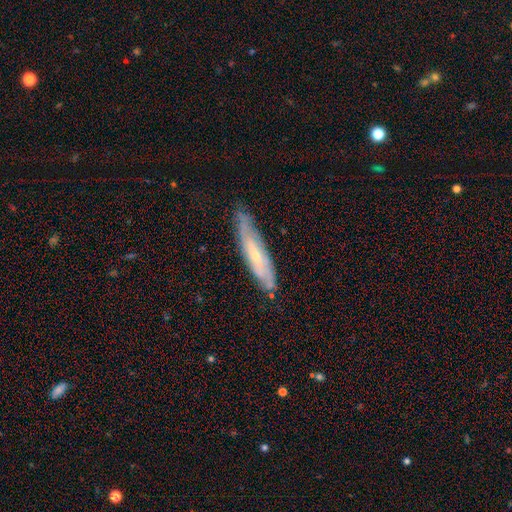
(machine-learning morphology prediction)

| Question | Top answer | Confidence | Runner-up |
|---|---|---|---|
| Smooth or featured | featured or disk | 62% | smooth (31%) |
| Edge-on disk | no | 52% | yes (48%) |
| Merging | none | 73% | minor disturbance (21%) |